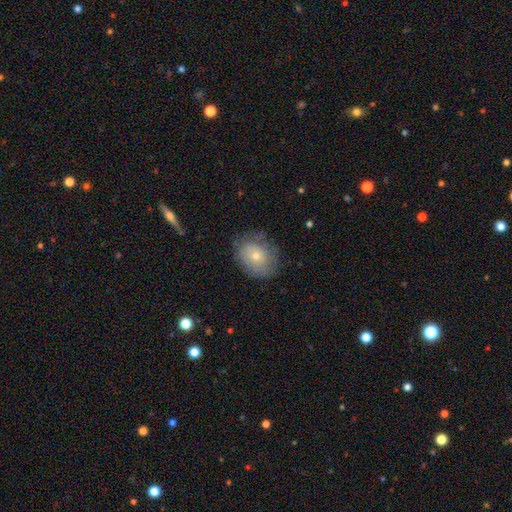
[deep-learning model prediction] Morphology: type=smooth (58%); roundness=round (50%); merging=none (70%).